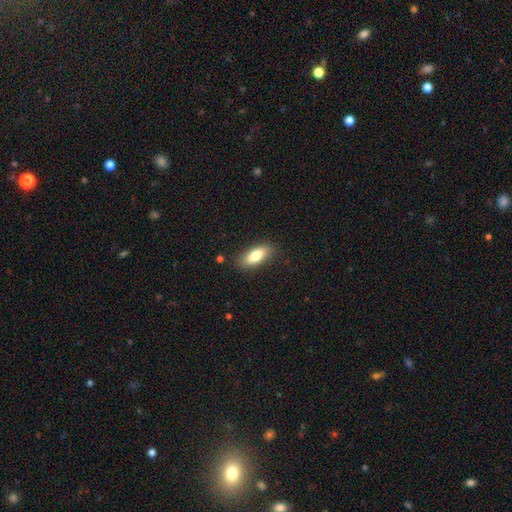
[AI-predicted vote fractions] smooth 78%, featured or disk 15%, star or artifact 7%. Down the decision tree: how rounded — in between (76%); merging — none (85%).